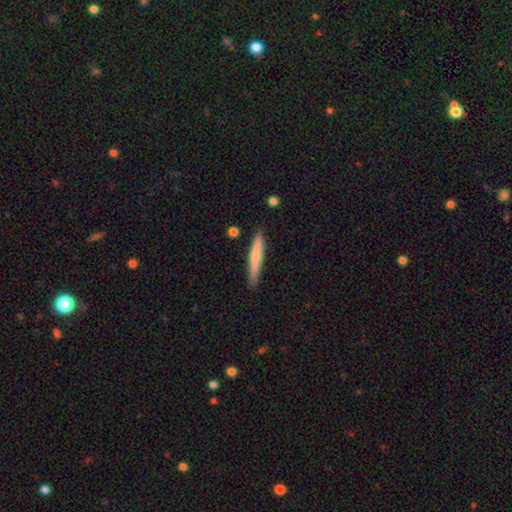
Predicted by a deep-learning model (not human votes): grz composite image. It shows a smooth galaxy with no disk features (69%) that is cigar-shaped (94%). Merging: none (87%).